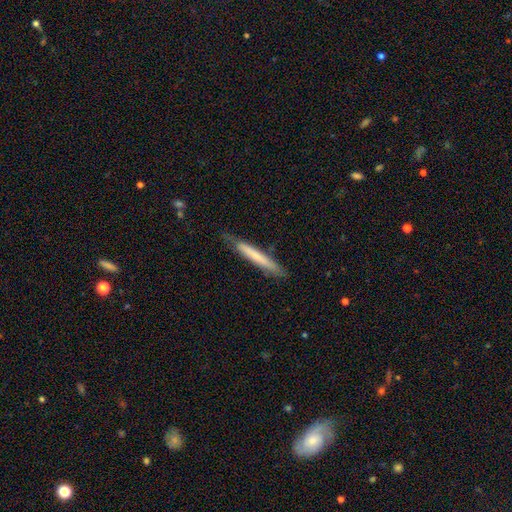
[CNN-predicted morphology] type=smooth (61%); roundness=cigar-shaped (96%); merging=none (79%).